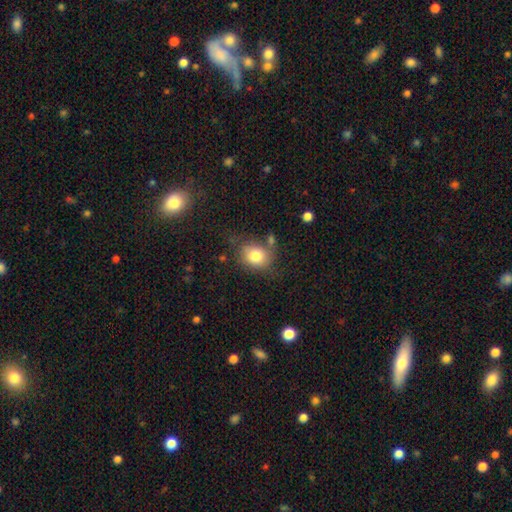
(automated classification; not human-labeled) Smooth or featured? Predicted: smooth (p=0.80). How rounded? Predicted: round (p=0.56). Merging? Predicted: none (p=0.62).